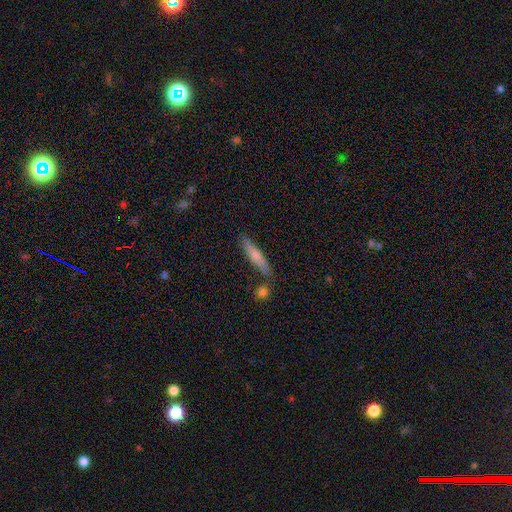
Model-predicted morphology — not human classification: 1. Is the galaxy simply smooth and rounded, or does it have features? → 68% smooth, 27% featured or disk, 6% star or artifact.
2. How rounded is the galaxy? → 88% cigar-shaped, 10% in between, 2% round.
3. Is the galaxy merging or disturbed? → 79% none, 12% minor disturbance, 6% merger, 3% major disturbance.